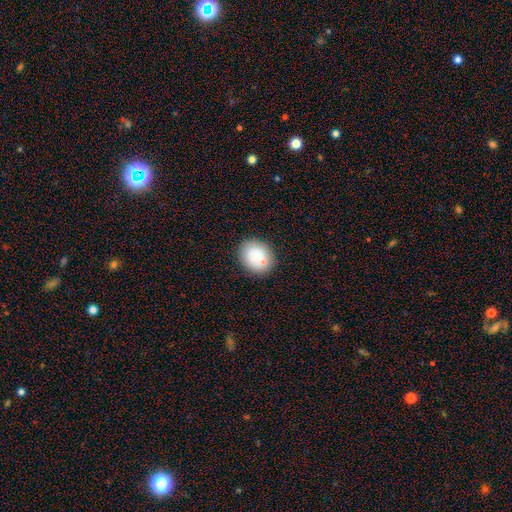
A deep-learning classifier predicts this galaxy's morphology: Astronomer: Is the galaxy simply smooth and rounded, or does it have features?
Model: smooth — 81%.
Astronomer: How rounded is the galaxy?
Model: round — 69%.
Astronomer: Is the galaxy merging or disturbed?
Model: none — 74%.